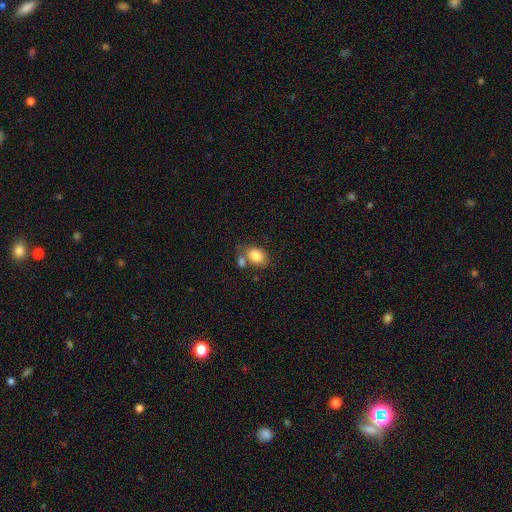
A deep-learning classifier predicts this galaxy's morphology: smooth_or_featured: smooth (p=0.84) [alt: featured or disk p=0.08]
how_rounded: in between (p=0.80) [alt: round p=0.19]
merging: none (p=0.53) [alt: merger p=0.27]